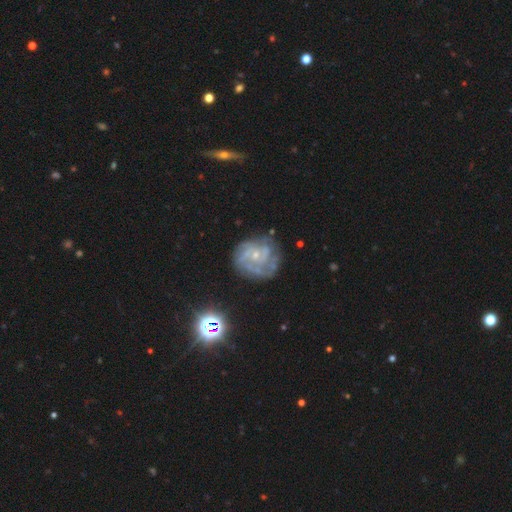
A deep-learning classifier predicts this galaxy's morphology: smooth_or_featured: featured or disk (p=0.80) [alt: smooth p=0.11]
disk_edge_on: no (p=0.98) [alt: yes p=0.02]
bar: no (p=0.72) [alt: weak p=0.24]
has_spiral_arms: yes (p=0.90) [alt: no p=0.10]
spiral_winding: tight (p=0.57) [alt: medium p=0.34]
spiral_arm_count: can't tell (p=0.34) [alt: 3 p=0.24]
bulge_size: small (p=0.75) [alt: moderate p=0.18]
merging: none (p=0.65) [alt: minor disturbance p=0.20]